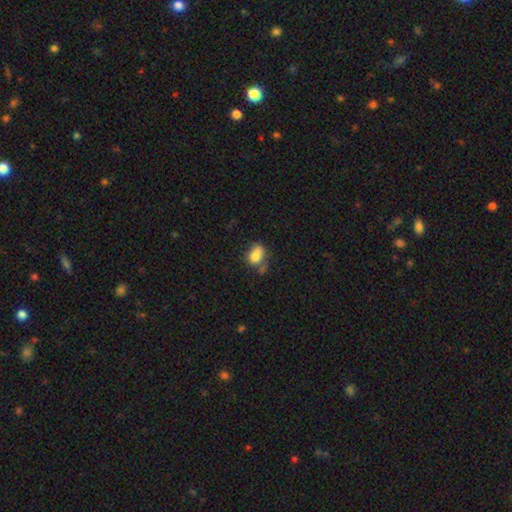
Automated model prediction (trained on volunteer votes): smooth-or-featured: smooth: 79% | featured or disk: 12% | star or artifact: 10%
  how-rounded: in between: 79% | round: 18% | cigar-shaped: 3%
  merging: none: 42% | minor disturbance: 31% | major disturbance: 16% | merger: 11%